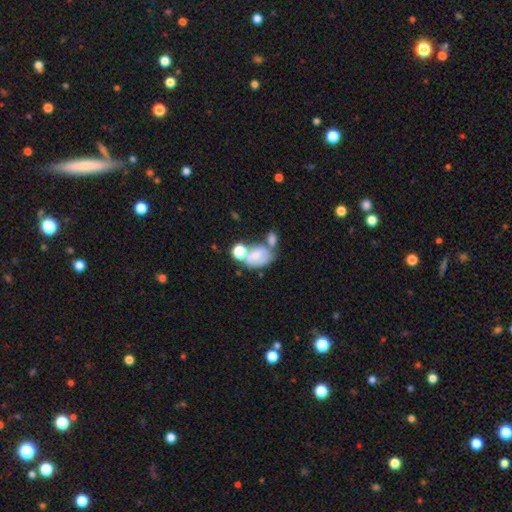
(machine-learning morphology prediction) This is possibly a smooth galaxy (60%). How rounded: clearly in between (80%). Merging: marginally merger (44%).